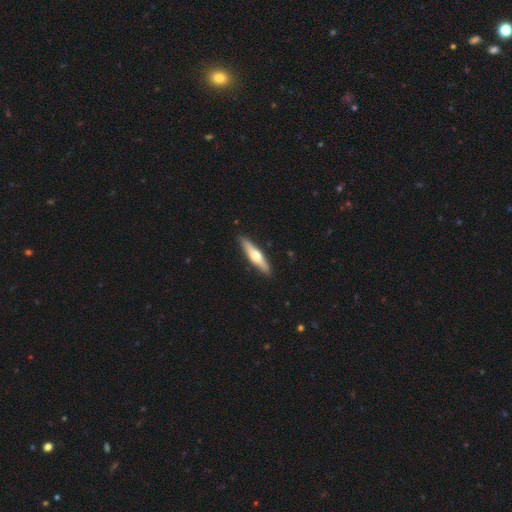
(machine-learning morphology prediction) Smooth or featured? featured or disk (52%)
Edge-on disk? yes (94%)
Merging? none (90%)